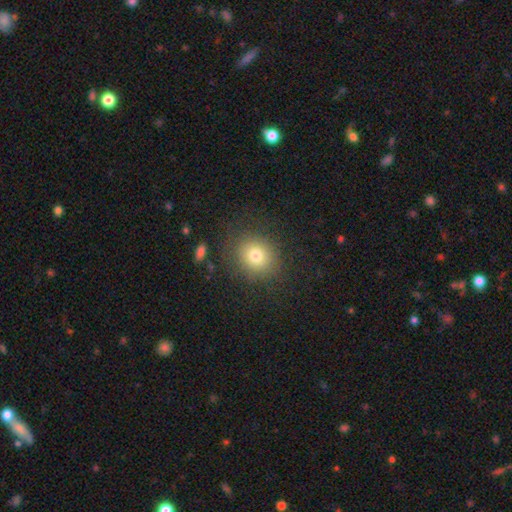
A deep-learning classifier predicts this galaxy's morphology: Smooth or featured? smooth (77%)
How rounded? round (76%)
Merging? none (83%)